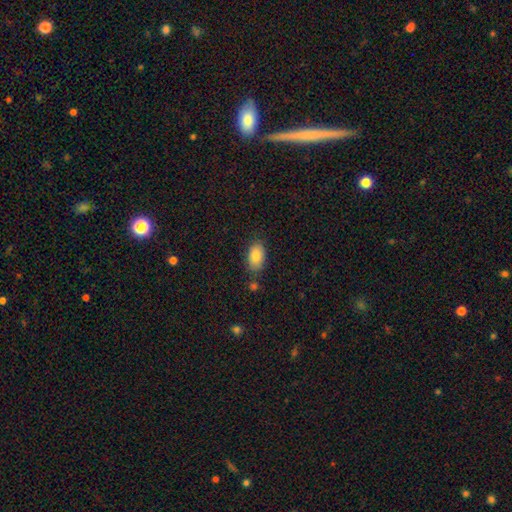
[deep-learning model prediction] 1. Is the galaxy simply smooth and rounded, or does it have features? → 85% smooth, 8% featured or disk, 7% star or artifact.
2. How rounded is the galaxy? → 93% in between, 5% round, 2% cigar-shaped.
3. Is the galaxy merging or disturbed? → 79% none, 14% minor disturbance, 4% merger, 3% major disturbance.